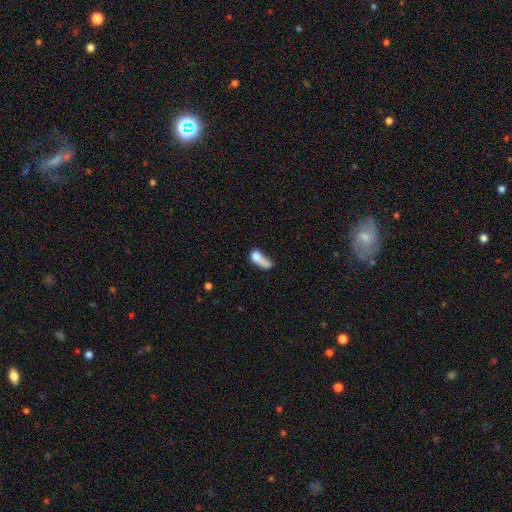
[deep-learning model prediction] Morphology: type=smooth (69%); roundness=in between (63%); merging=merger (44%).